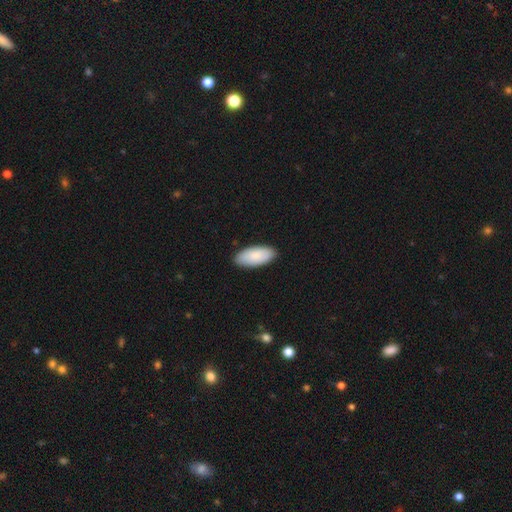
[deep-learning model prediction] The model was most divided on "merging": none: 88%, minor disturbance: 9%, major disturbance: 2%, merger: 1%. More confident: how rounded — in between (91%); smooth or featured — smooth (87%).